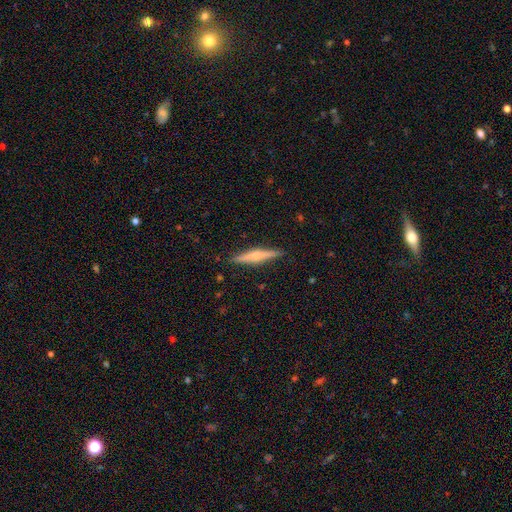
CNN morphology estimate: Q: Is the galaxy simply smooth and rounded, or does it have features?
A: featured or disk — 58%.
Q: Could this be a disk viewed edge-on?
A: yes — 97%.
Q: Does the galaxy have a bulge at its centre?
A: rounded — 73%.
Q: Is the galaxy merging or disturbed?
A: none — 90%.